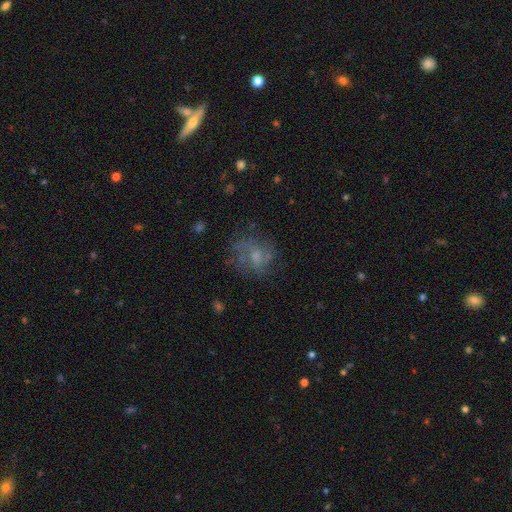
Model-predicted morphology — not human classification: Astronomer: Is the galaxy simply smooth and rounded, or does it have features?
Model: featured or disk — 48% (runner-up: smooth, 38%).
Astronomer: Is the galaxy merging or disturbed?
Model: none — 62%.